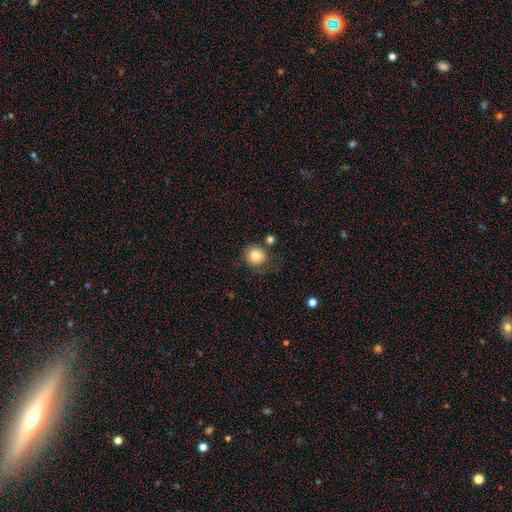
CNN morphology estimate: Q: Smooth or featured?
A: smooth (81%); runner-up: star or artifact (10%)
Q: How rounded?
A: round (89%); runner-up: in between (10%)
Q: Merging?
A: none (75%); runner-up: minor disturbance (13%)